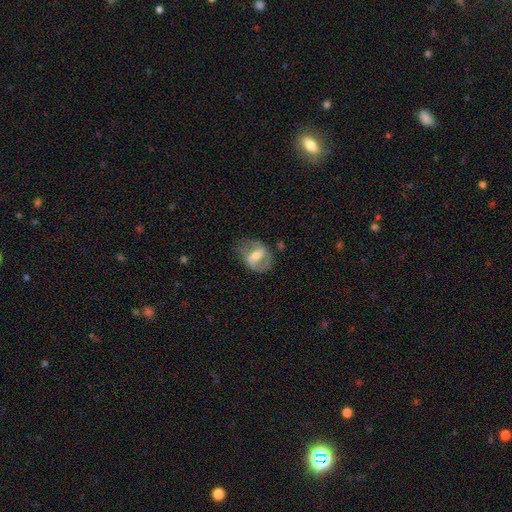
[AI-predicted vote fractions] smooth-or-featured: featured or disk: 64% | smooth: 29% | star or artifact: 7%
  disk-edge-on: no: 95% | yes: 5%
    bar: strong: 43% | weak: 39% | no: 18%
    has-spiral-arms: yes: 67% | no: 33%
    bulge-size: moderate: 49% | small: 29% | large: 13% | none: 8% | dominant: 2%
  merging: none: 53% | minor disturbance: 25% | major disturbance: 19% | merger: 3%